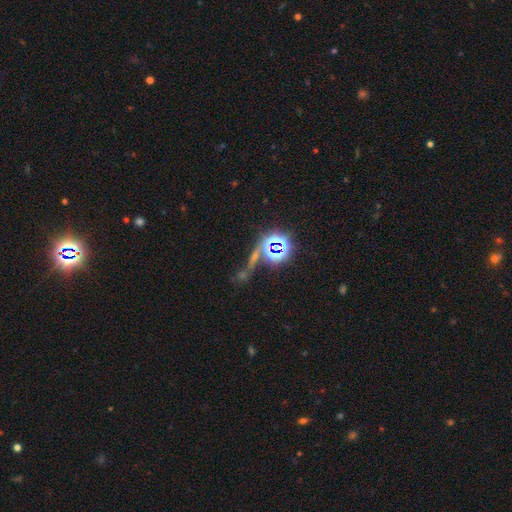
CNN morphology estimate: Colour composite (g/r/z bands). It shows a star or artifact, not a galaxy (74%).